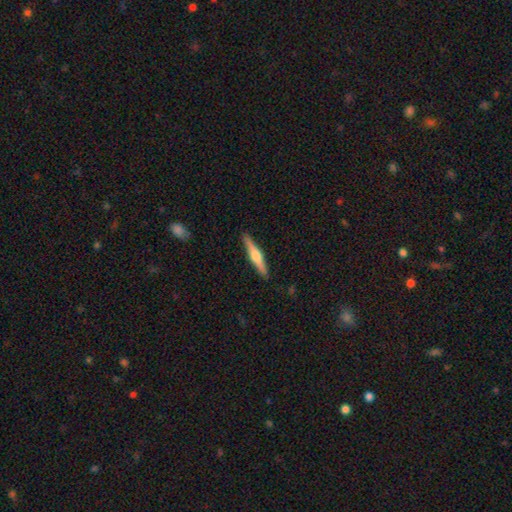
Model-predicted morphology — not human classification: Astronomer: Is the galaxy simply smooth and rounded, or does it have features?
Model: featured or disk — 60% (runner-up: smooth, 35%).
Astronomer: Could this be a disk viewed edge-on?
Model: yes — 97%.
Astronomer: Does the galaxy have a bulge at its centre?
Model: rounded — 88%.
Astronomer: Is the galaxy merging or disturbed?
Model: none — 91%.